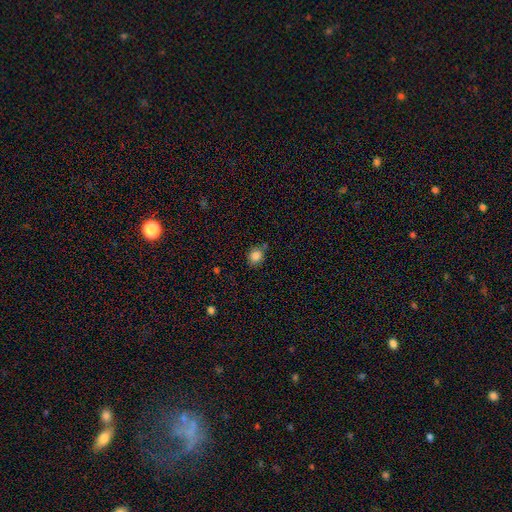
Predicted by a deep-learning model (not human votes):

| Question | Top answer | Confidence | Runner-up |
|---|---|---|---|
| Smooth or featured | smooth | 84% | star or artifact (10%) |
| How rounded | round | 68% | in between (31%) |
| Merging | none | 74% | minor disturbance (16%) |